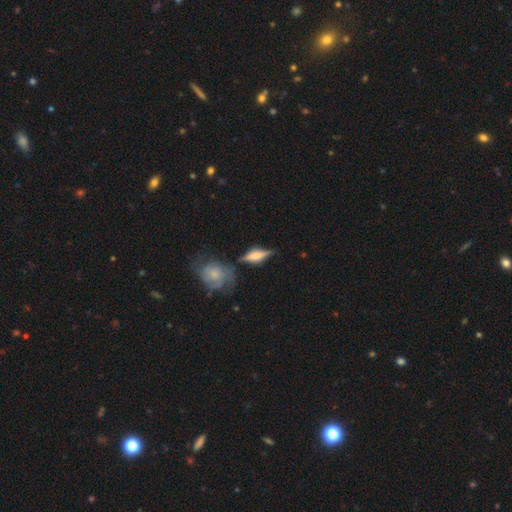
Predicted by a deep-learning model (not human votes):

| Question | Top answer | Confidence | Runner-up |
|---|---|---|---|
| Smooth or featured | featured or disk | 61% | smooth (32%) |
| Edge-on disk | yes | 89% | no (11%) |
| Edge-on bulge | rounded | 77% | boxy (18%) |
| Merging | none | 67% | minor disturbance (19%) |